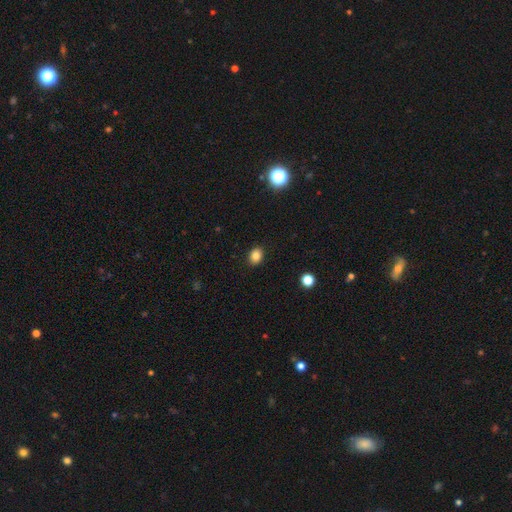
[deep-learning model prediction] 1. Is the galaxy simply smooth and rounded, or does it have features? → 84% smooth, 11% star or artifact, 6% featured or disk.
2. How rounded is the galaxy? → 61% in between, 38% round, 1% cigar-shaped.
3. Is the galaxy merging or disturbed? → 89% none, 8% minor disturbance, 2% major disturbance, 1% merger.